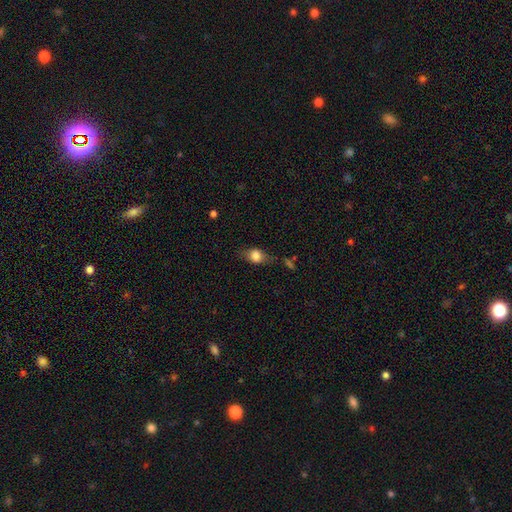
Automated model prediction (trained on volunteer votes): A smooth galaxy with no disk features (74%) that is in between round and cigar-shaped (66%).

Vote fractions:
- Smooth or featured? smooth: 74% / featured or disk: 16% / star or artifact: 9%
- How rounded? in between: 66% / round: 29% / cigar-shaped: 5%
- Merging? none: 63% / minor disturbance: 23% / major disturbance: 9% / merger: 5%